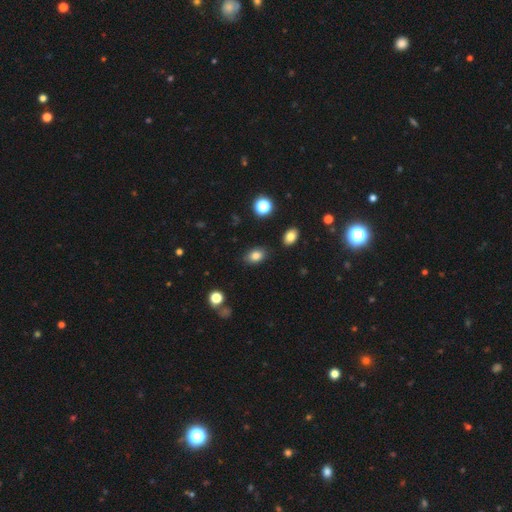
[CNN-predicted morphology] type=smooth (83%); roundness=in between (81%); merging=none (83%).